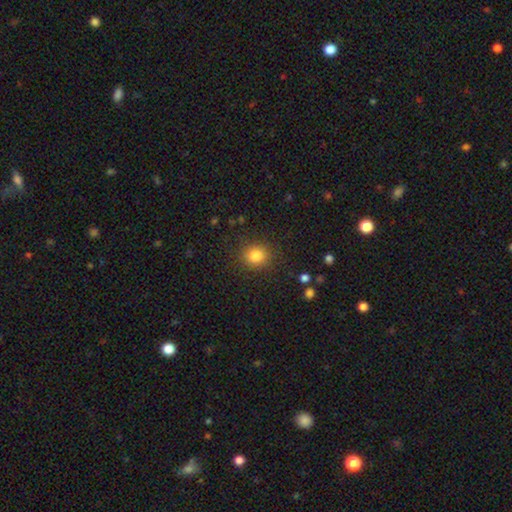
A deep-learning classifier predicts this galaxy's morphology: A smooth galaxy with no disk features (83%) that is round (81%). Merging: none (87%).